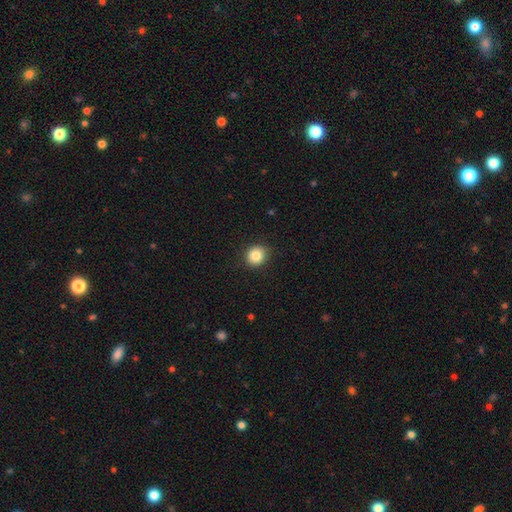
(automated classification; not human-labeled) Morphology: type=smooth (85%); roundness=round (82%); merging=none (88%).